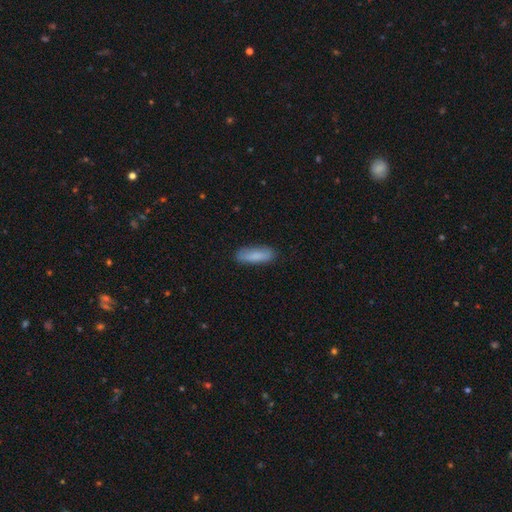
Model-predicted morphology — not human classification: type=smooth (82%); roundness=cigar-shaped (52%); merging=none (84%).